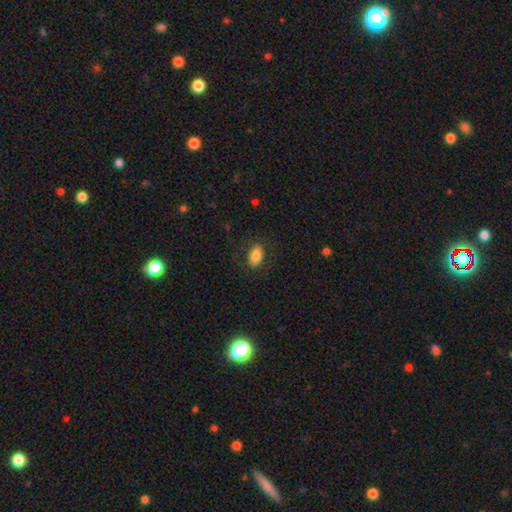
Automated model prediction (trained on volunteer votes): smooth_or_featured: smooth (p=0.80) [alt: featured or disk p=0.12]
how_rounded: in between (p=0.89) [alt: round p=0.09]
merging: none (p=0.82) [alt: minor disturbance p=0.12]